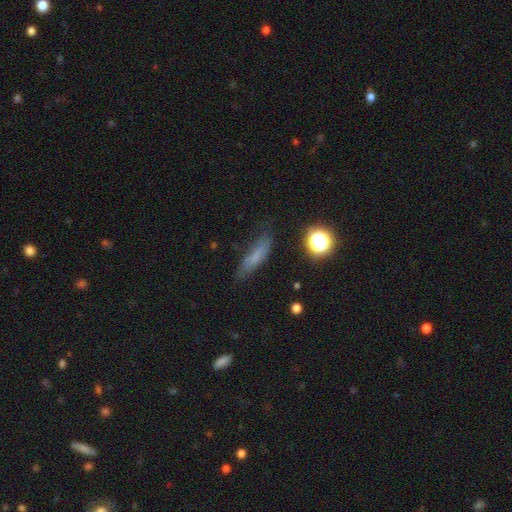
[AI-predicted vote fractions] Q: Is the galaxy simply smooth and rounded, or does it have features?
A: smooth — 65%.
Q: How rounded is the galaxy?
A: cigar-shaped — 66%.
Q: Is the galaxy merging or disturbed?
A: none — 69%.